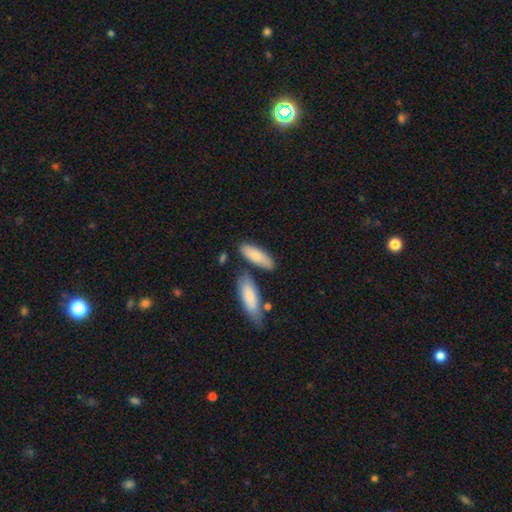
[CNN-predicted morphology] smooth-or-featured: smooth: 80% | featured or disk: 15% | star or artifact: 6%
  how-rounded: in between: 61% | cigar-shaped: 37% | round: 2%
  merging: none: 69% | minor disturbance: 16% | merger: 11% | major disturbance: 4%